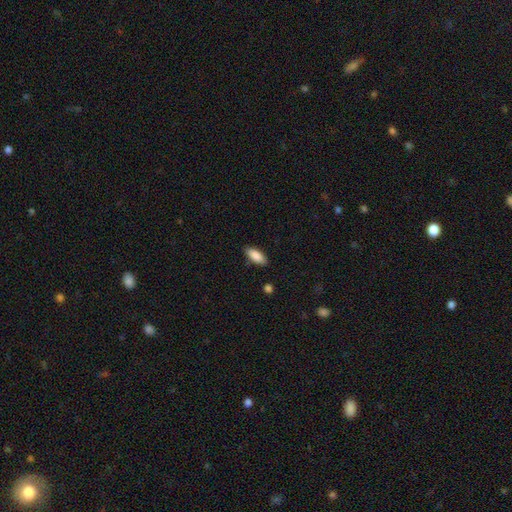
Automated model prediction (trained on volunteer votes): A smooth galaxy with no disk features (88%) that is in between round and cigar-shaped (82%).

Vote fractions:
- Smooth or featured? smooth: 88% / featured or disk: 6% / star or artifact: 6%
- How rounded? in between: 82% / cigar-shaped: 17% / round: 2%
- Merging? none: 86% / minor disturbance: 11% / major disturbance: 2% / merger: 1%